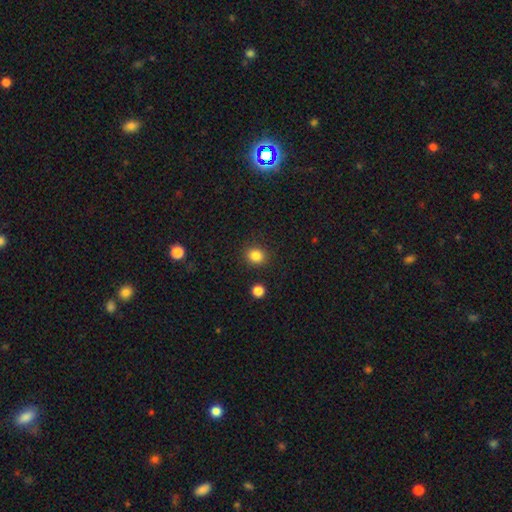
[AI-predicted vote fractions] Overall: smooth (84%). How rounded: round (74%). Merging: none (88%).